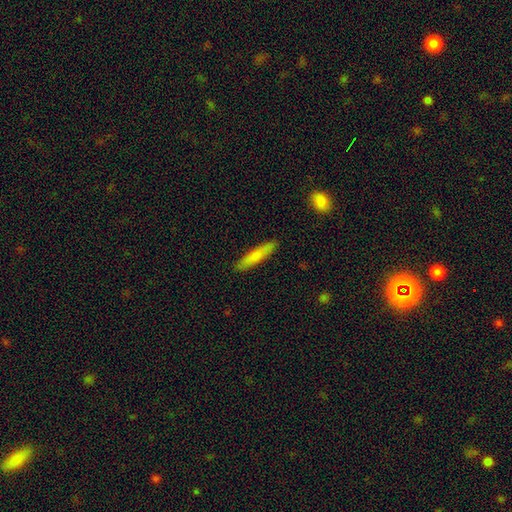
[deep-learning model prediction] Smooth or featured: smooth — 78% (featured or disk — 16%)
How rounded: cigar-shaped — 89% (in between — 10%)
Merging: none — 89% (minor disturbance — 8%)